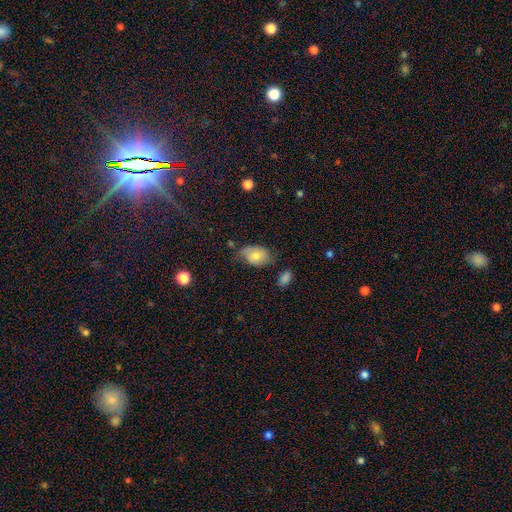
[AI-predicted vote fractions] Morphology: type=smooth (64%); roundness=in between (85%); merging=none (53%).